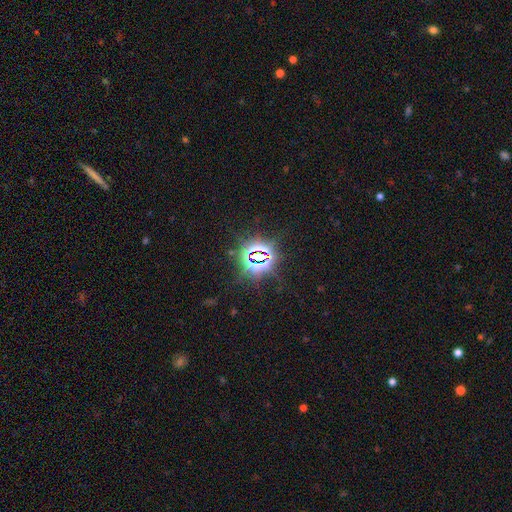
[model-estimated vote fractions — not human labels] This is clearly a star or artifact rather than a galaxy (83%).